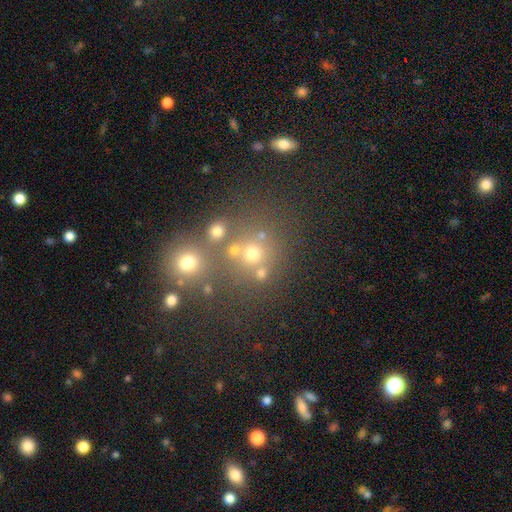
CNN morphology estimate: A smooth galaxy with no disk features (60%) that is round (85%). Merging: none (62%).